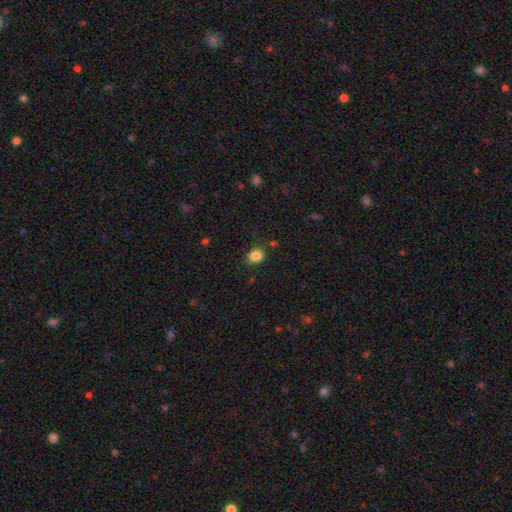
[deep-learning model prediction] smooth_or_featured: smooth (p=0.85) [alt: star or artifact p=0.11]
how_rounded: round (p=0.62) [alt: in between p=0.38]
merging: none (p=0.82) [alt: minor disturbance p=0.12]